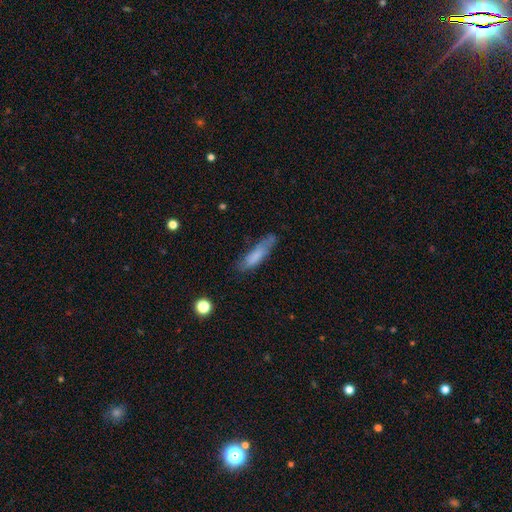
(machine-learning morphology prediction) smooth 73%, featured or disk 19%, star or artifact 8%. Down the decision tree: how rounded — cigar-shaped (71%); merging — none (59%).